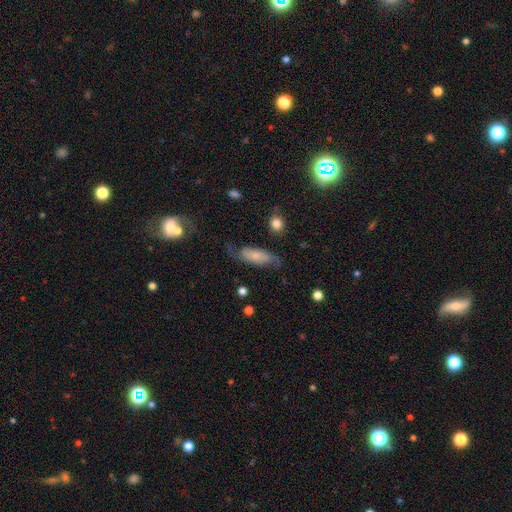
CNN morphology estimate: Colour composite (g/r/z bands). It shows a featured or disk galaxy (52%). Merging: none (63%).